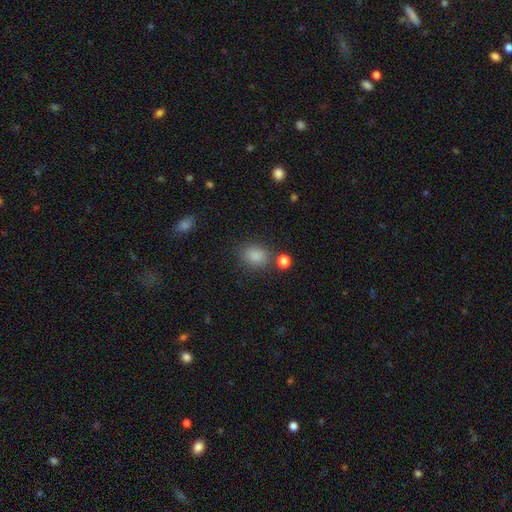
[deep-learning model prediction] smooth_or_featured: smooth (p=0.84) [alt: star or artifact p=0.11]
how_rounded: in between (p=0.58) [alt: round p=0.40]
merging: none (p=0.75) [alt: minor disturbance p=0.13]